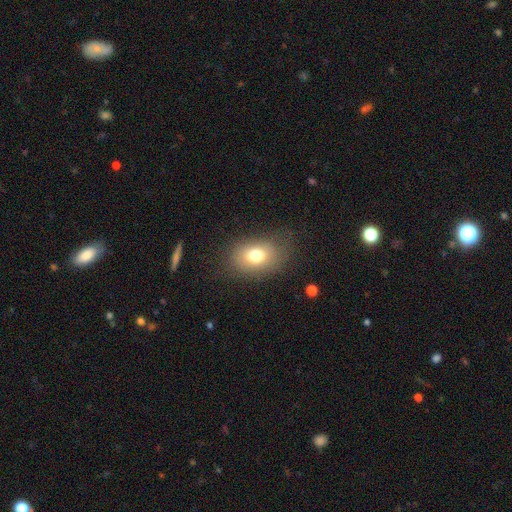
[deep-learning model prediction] smooth_or_featured: smooth (p=0.75) [alt: featured or disk p=0.14]
how_rounded: in between (p=0.74) [alt: round p=0.25]
merging: none (p=0.77) [alt: minor disturbance p=0.15]